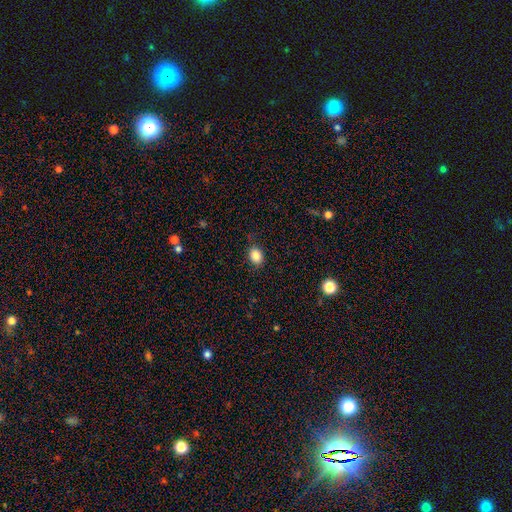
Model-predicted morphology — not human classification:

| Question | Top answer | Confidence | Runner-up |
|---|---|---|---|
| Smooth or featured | smooth | 86% | star or artifact (9%) |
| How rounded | in between | 63% | round (36%) |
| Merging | none | 80% | minor disturbance (15%) |